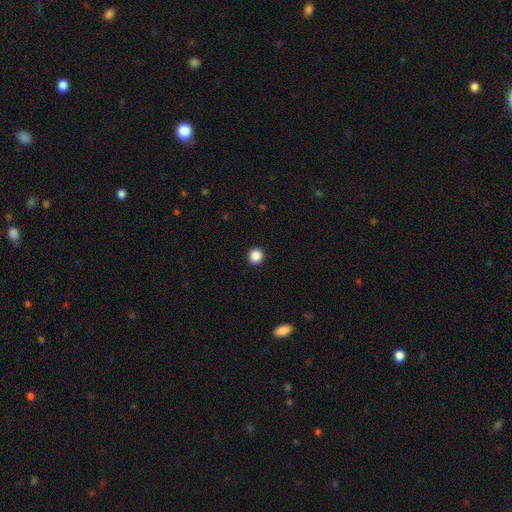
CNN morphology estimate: Overall: smooth (87%). How rounded: round (95%). Merging: none (94%).